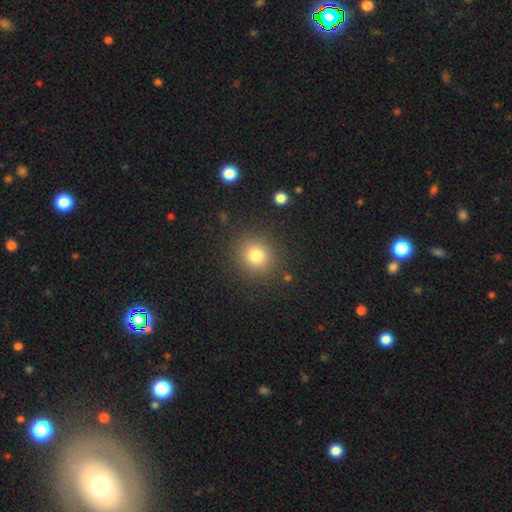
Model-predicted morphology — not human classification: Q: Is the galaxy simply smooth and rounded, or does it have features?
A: smooth — 80%.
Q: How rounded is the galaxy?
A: round — 86%.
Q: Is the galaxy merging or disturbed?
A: none — 87%.